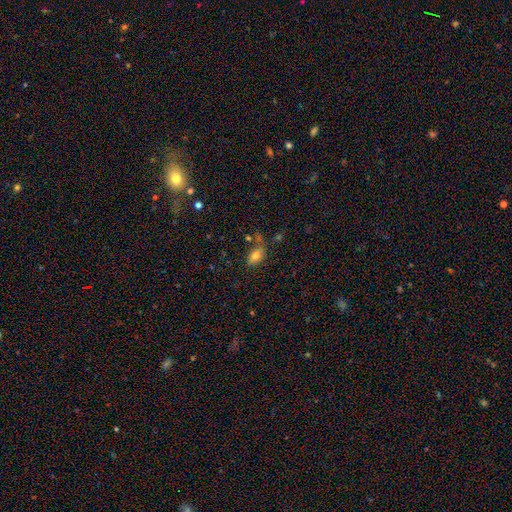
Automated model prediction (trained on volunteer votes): Smooth or featured? smooth (78%)
How rounded? in between (85%)
Merging? none (61%)